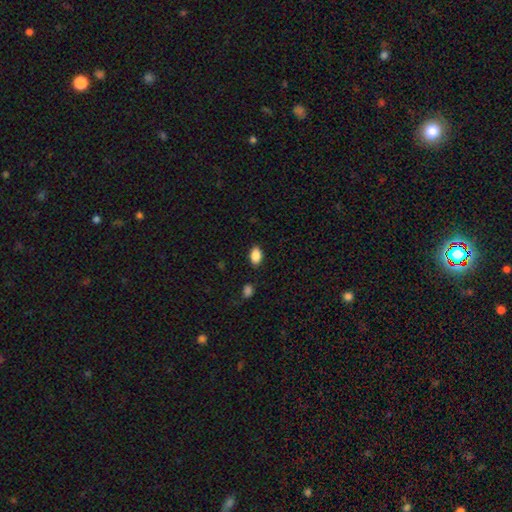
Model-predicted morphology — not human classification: The model was most divided on "merging": none: 86%, minor disturbance: 10%, major disturbance: 2%, merger: 2%. More confident: how rounded — in between (91%); smooth or featured — smooth (88%).